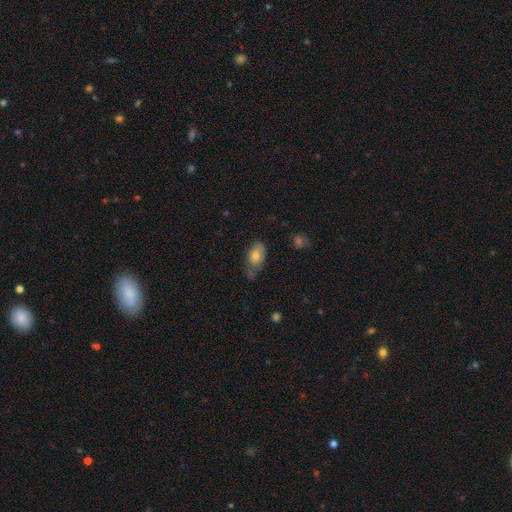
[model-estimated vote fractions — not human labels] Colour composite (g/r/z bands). It shows a smooth galaxy with no disk features (73%) that is in between round and cigar-shaped (89%). Merging: none (44%).